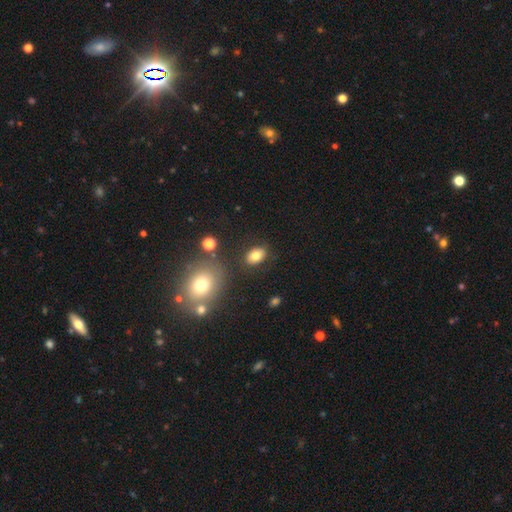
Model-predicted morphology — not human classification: This is likely a smooth galaxy (79%). How rounded: clearly in between (80%). Merging: clearly none (83%).